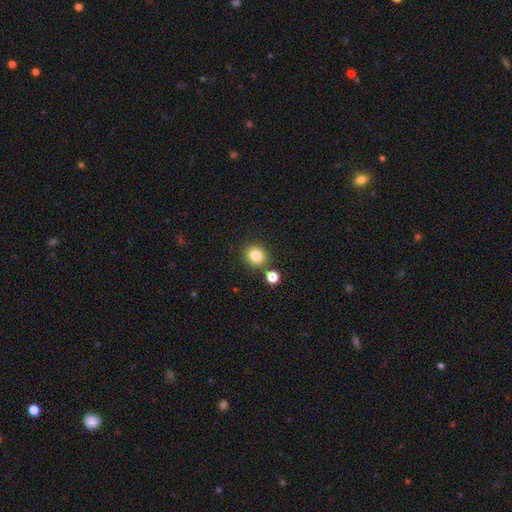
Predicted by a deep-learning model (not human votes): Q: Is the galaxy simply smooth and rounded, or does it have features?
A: smooth — 83%.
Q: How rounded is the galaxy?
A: round — 82%.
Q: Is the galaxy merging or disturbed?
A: none — 80%.